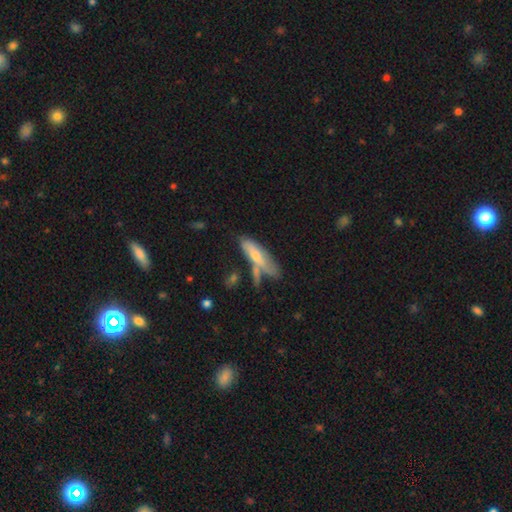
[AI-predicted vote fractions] smooth_or_featured: smooth (p=0.57) [alt: featured or disk p=0.35]
how_rounded: cigar-shaped (p=0.61) [alt: in between p=0.37]
merging: none (p=0.48) [alt: minor disturbance p=0.22]